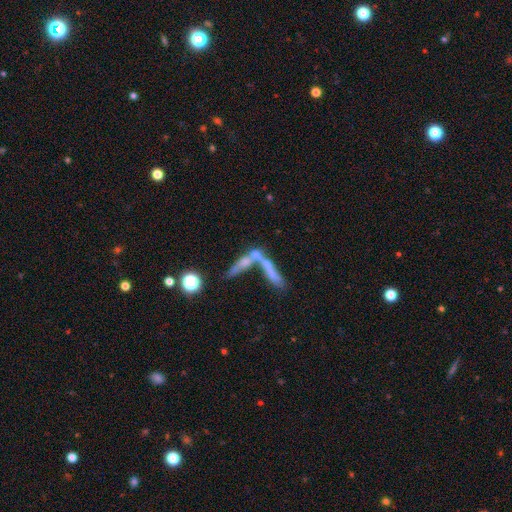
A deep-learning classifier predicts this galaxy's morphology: Smooth or featured? Predicted: smooth (p=0.43, tied with featured or disk). Merging? Predicted: merger (p=0.57).